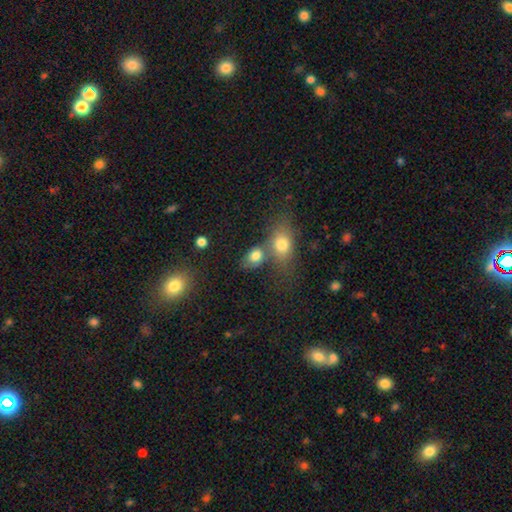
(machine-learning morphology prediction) This is likely a smooth galaxy (78%). How rounded: likely in between (74%). Merging: marginally none (43%).